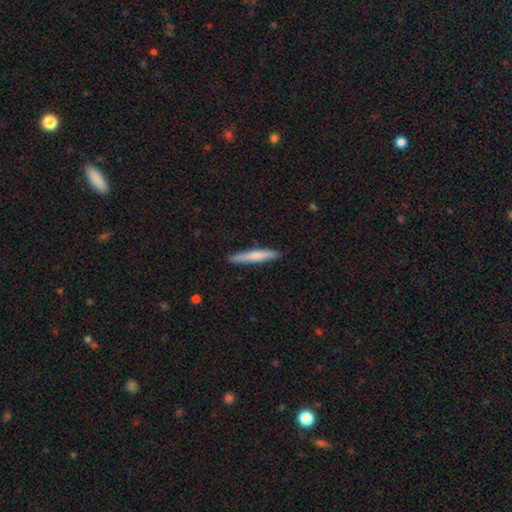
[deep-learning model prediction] This appears to be a smooth galaxy with no disk features (70%) that is cigar-shaped (94%). Merging: none (90%).